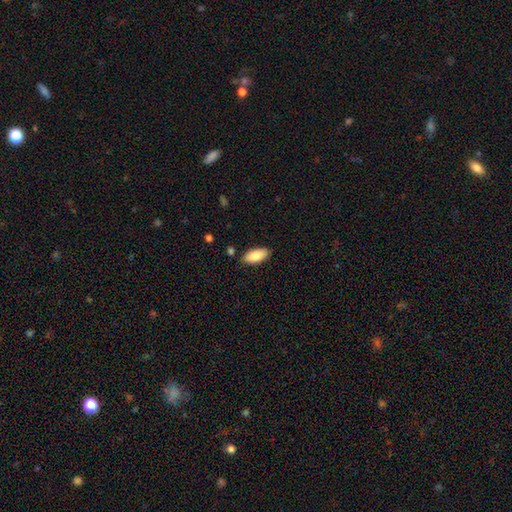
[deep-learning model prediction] smooth 85%, featured or disk 9%, star or artifact 6%. Down the decision tree: how rounded — in between (88%); merging — none (86%).